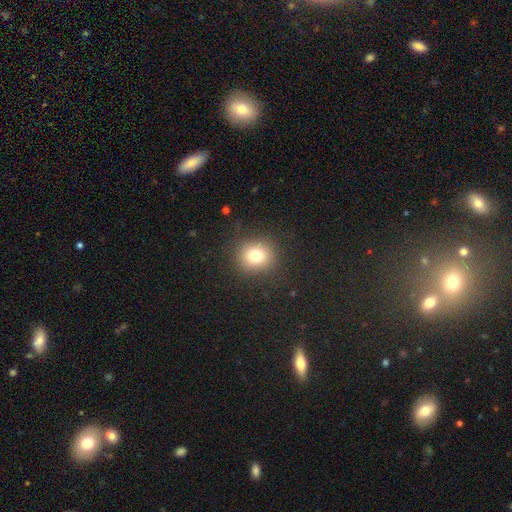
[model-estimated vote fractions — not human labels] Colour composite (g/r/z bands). It shows a smooth galaxy with no disk features (78%) that is round (83%). Merging: none (87%).